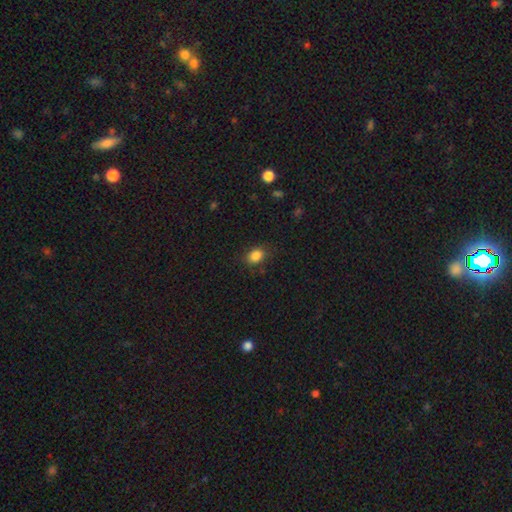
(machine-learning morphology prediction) smooth-or-featured: smooth: 85% | star or artifact: 10% | featured or disk: 5%
  how-rounded: in between: 68% | round: 30% | cigar-shaped: 1%
  merging: none: 82% | minor disturbance: 13% | major disturbance: 4% | merger: 1%